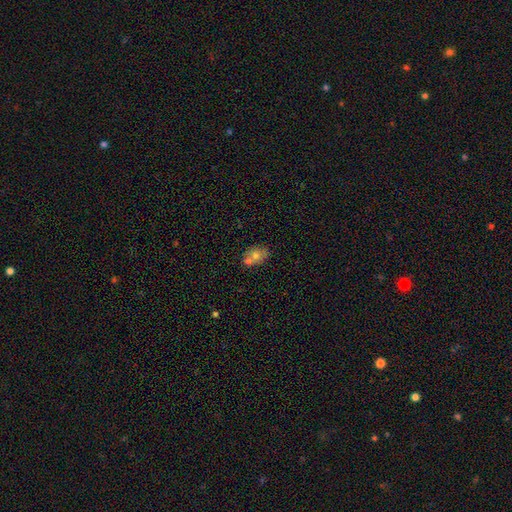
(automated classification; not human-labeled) This appears to be a smooth galaxy with no disk features (68%) that is in between round and cigar-shaped (60%). Merging: none (45%).